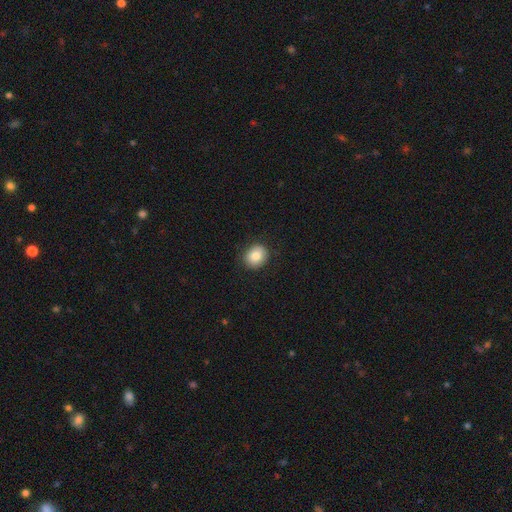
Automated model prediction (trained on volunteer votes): Smooth or featured? smooth (84%)
How rounded? round (71%)
Merging? none (89%)